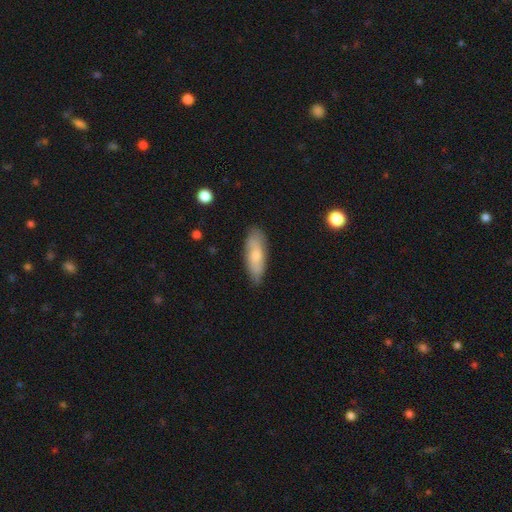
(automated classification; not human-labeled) Overall: smooth (69%). How rounded: in between (61%; cigar-shaped 37%). Merging: none (79%).